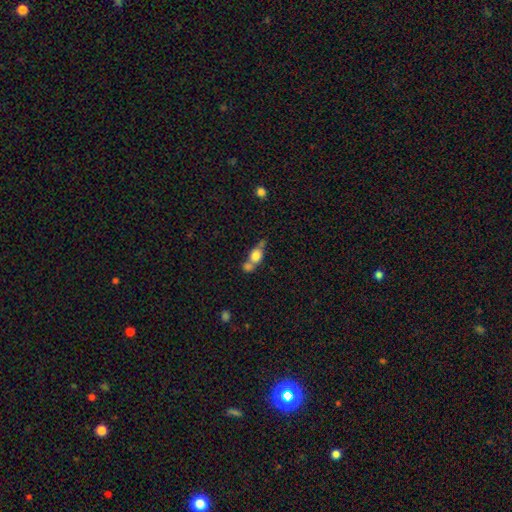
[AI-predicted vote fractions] This is likely a smooth galaxy (71%). How rounded: possibly in between (49%). Merging: possibly merger (55%).